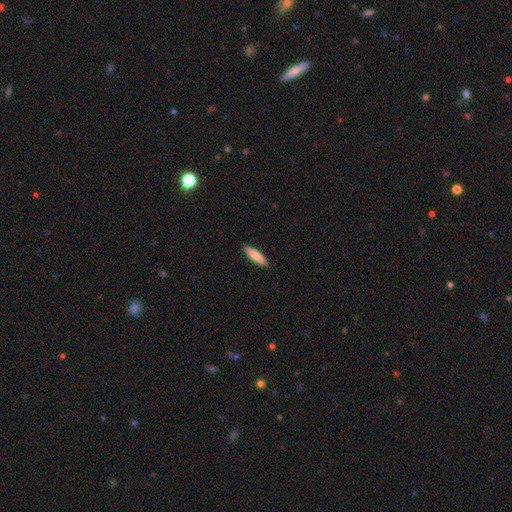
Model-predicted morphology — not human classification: This is clearly a smooth galaxy (82%). How rounded: likely cigar-shaped (65%). Merging: clearly none (91%).